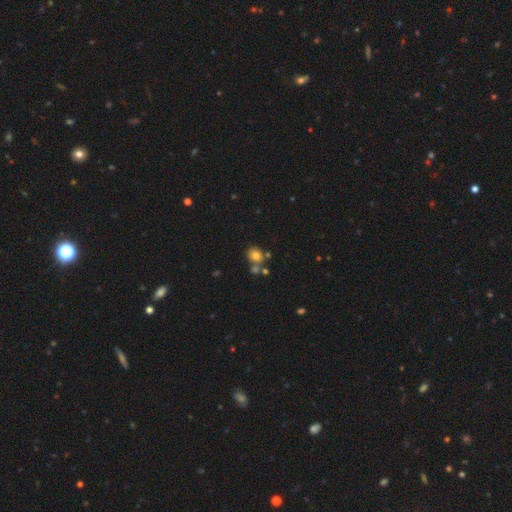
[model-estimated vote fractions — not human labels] Smooth or featured? Predicted: smooth (p=0.76). How rounded? Predicted: round (p=0.69). Merging? Predicted: none (p=0.61).